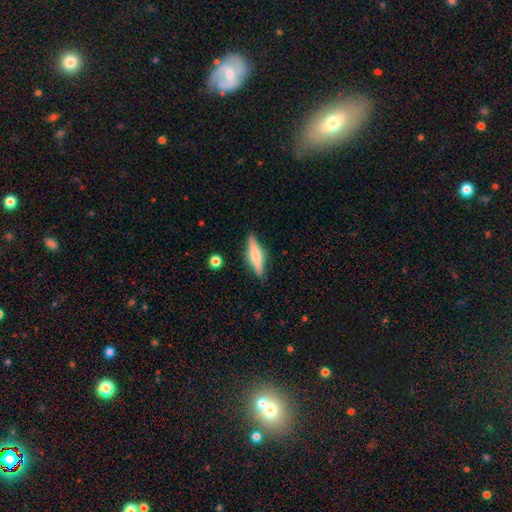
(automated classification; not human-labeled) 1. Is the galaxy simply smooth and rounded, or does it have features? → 50% smooth, 44% featured or disk, 7% star or artifact.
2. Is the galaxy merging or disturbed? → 85% none, 11% minor disturbance, 3% major disturbance, 2% merger.